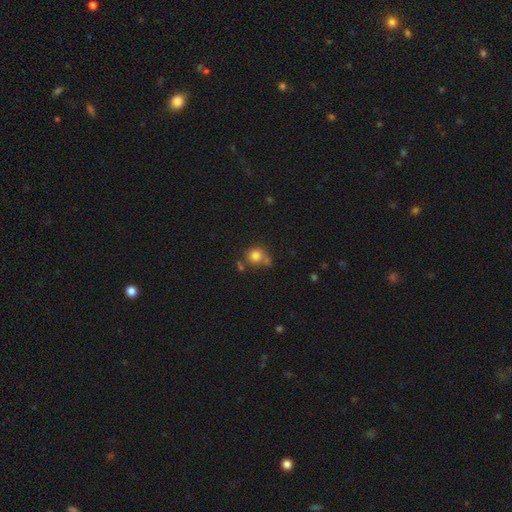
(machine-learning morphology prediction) Overall: smooth (80%). How rounded: round (86%). Merging: none (54%; merger 24%).